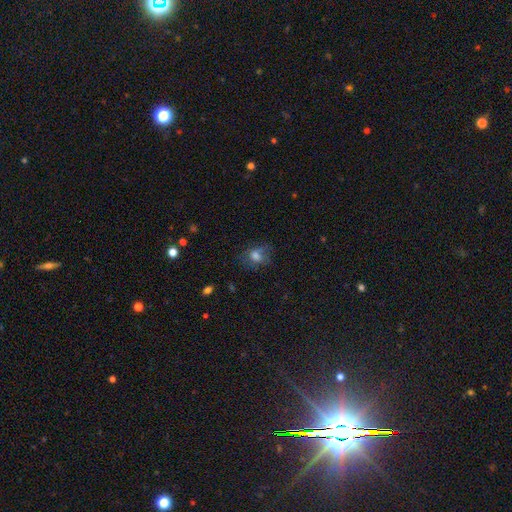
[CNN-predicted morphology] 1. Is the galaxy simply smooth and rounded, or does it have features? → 64% smooth, 23% featured or disk, 14% star or artifact.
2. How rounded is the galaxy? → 56% in between, 42% round, 2% cigar-shaped.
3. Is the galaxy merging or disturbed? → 52% none, 25% minor disturbance, 21% major disturbance, 2% merger.